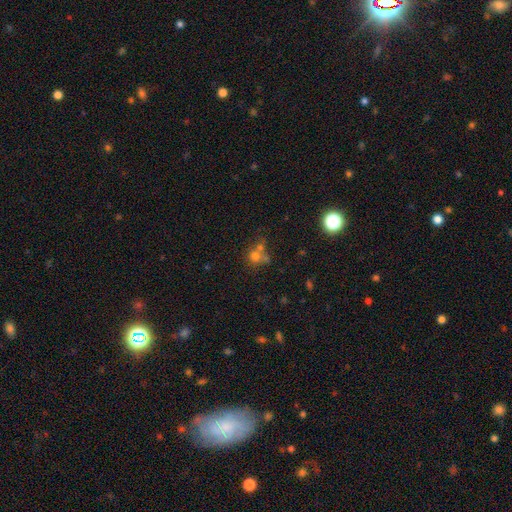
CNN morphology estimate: The model was most divided on "merging": merger: 44%, none: 42%, minor disturbance: 9%, major disturbance: 5%. More confident: how rounded — round (83%); smooth or featured — smooth (62%).